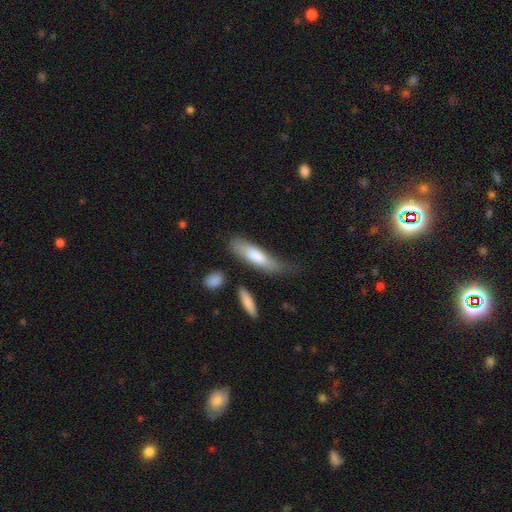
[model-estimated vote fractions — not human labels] This appears to be a smooth galaxy with no disk features (68%) that is cigar-shaped (62%). Merging: none (46%).